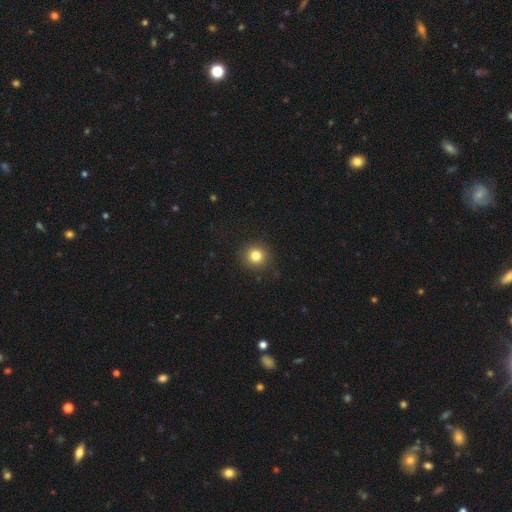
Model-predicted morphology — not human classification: Smooth or featured?
  - smooth: 82% *
  - star or artifact: 12%
  - featured or disk: 6%
How rounded?
  - round: 92% *
  - in between: 7%
  - cigar-shaped: 1%
Merging?
  - none: 91% *
  - minor disturbance: 6%
  - major disturbance: 2%
  - merger: 1%